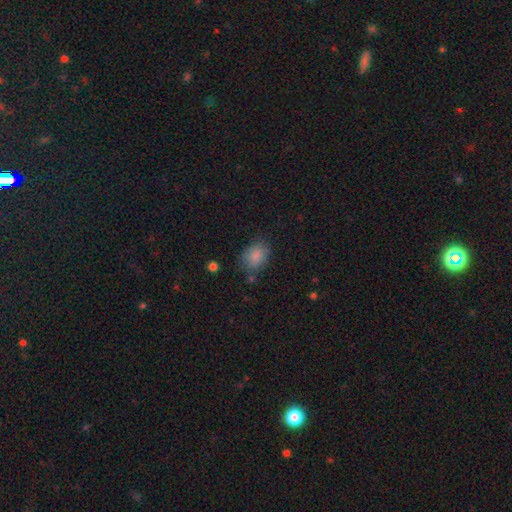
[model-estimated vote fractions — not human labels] Smooth or featured: smooth — 85% (star or artifact — 9%)
How rounded: in between — 64% (round — 35%)
Merging: none — 73% (minor disturbance — 19%)